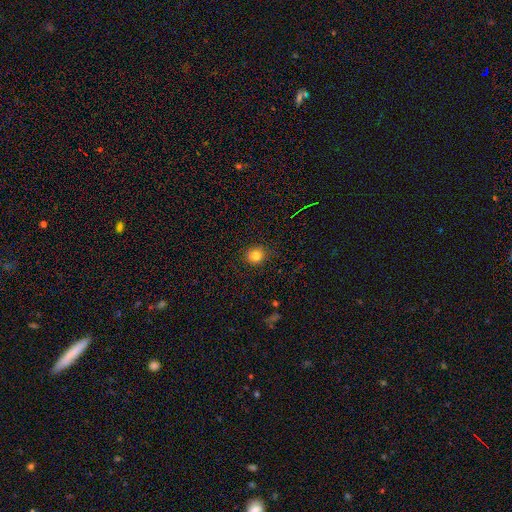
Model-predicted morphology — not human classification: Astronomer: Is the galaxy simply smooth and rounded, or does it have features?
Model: smooth — 81%.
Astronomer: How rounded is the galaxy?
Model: round — 84%.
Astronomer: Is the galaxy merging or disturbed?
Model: none — 88%.